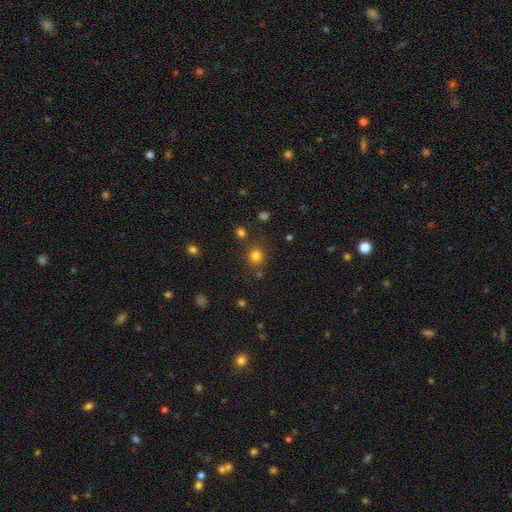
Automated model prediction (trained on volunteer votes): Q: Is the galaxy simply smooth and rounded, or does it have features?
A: smooth — 80%.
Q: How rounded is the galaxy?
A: round — 83%.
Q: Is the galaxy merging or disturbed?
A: none — 80%.